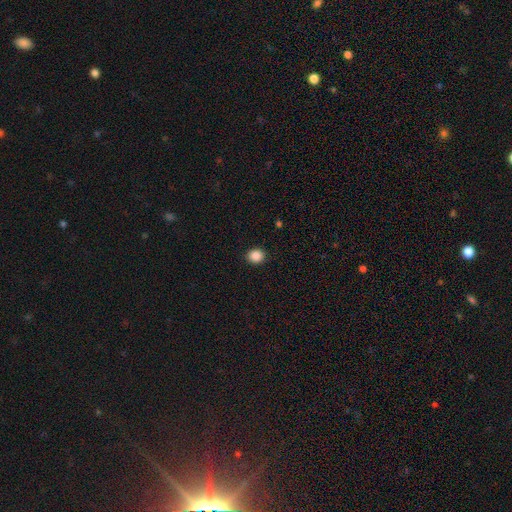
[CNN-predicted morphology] Smooth or featured: smooth — 88% (star or artifact — 10%)
How rounded: round — 76% (in between — 23%)
Merging: none — 91% (minor disturbance — 6%)